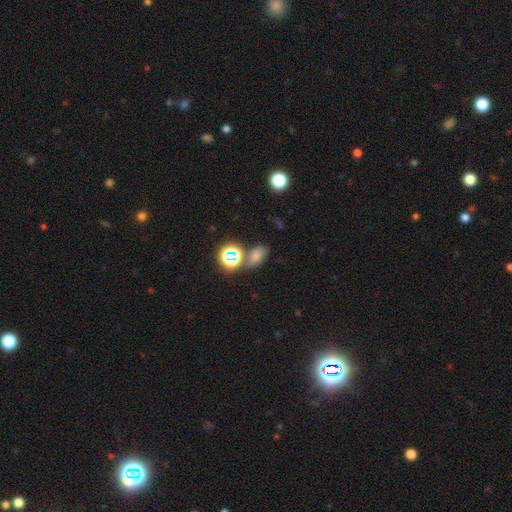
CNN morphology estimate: Smooth or featured? Predicted: smooth (p=0.64). How rounded? Predicted: in between (p=0.78). Merging? Predicted: none (p=0.66).